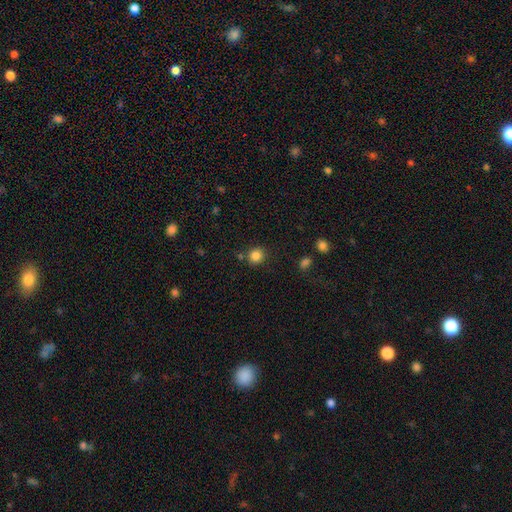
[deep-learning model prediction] This is clearly a smooth galaxy (84%). How rounded: clearly round (87%). Merging: clearly none (81%).